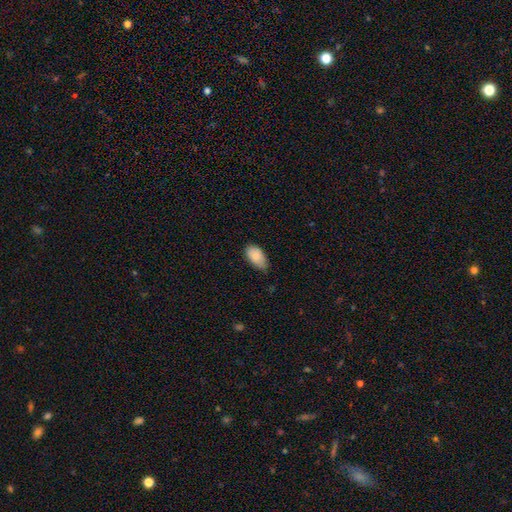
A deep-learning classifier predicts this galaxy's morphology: The model was most divided on "merging": none: 65%, minor disturbance: 30%, major disturbance: 4%, merger: 1%. More confident: how rounded — in between (94%); smooth or featured — smooth (86%).